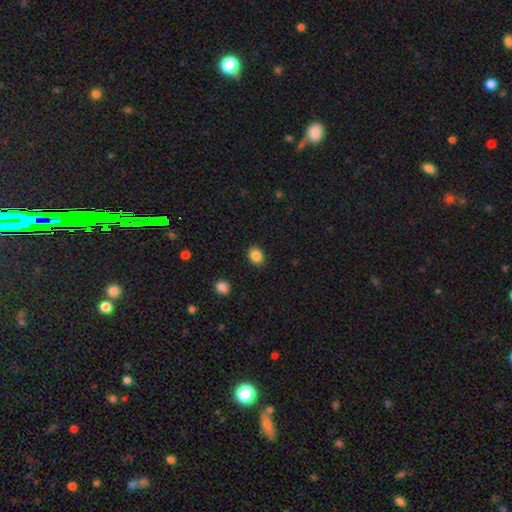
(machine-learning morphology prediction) A smooth galaxy with no disk features (86%) that is round (53%). Merging: none (89%).